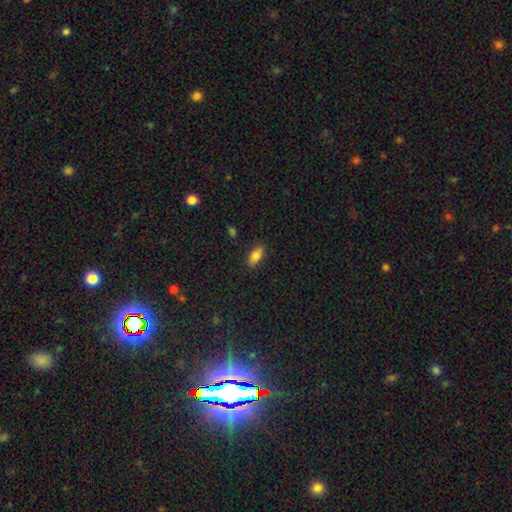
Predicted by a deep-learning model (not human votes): Q: Smooth or featured?
A: smooth (79%); runner-up: featured or disk (13%)
Q: How rounded?
A: in between (82%); runner-up: cigar-shaped (15%)
Q: Merging?
A: none (85%); runner-up: minor disturbance (11%)